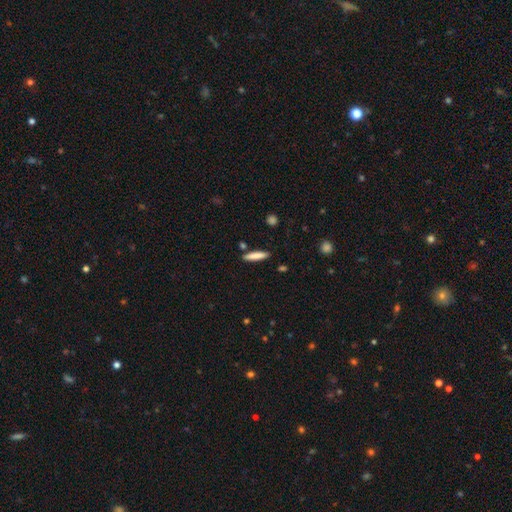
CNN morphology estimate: A smooth galaxy with no disk features (81%) that is cigar-shaped (87%).

Vote fractions:
- Smooth or featured? smooth: 81% / featured or disk: 13% / star or artifact: 6%
- How rounded? cigar-shaped: 87% / in between: 12% / round: 1%
- Merging? none: 85% / minor disturbance: 9% / merger: 4% / major disturbance: 2%